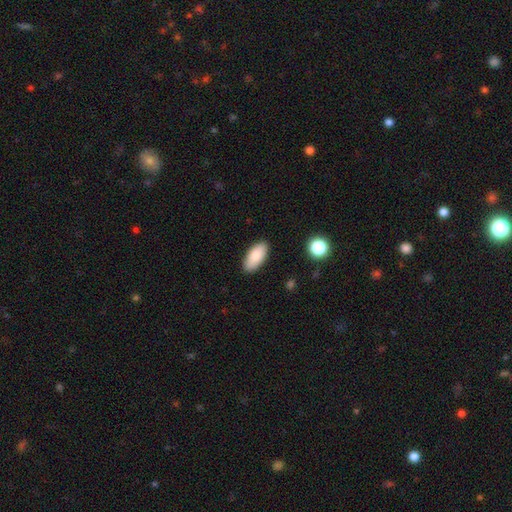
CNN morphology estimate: Smooth or featured? Predicted: smooth (p=0.87). How rounded? Predicted: in between (p=0.91). Merging? Predicted: none (p=0.88).